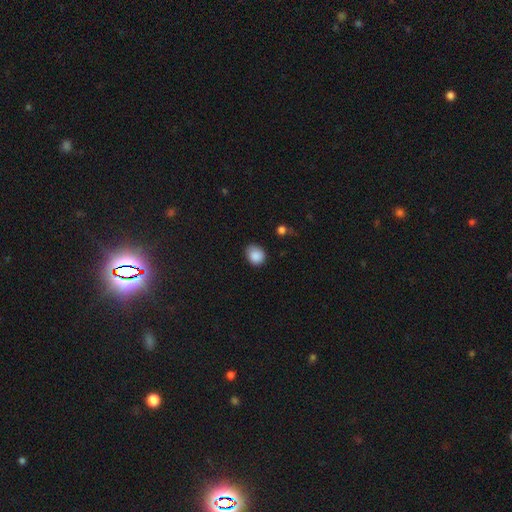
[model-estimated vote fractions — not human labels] A smooth galaxy with no disk features (87%) that is round (62%).

Vote fractions:
- Smooth or featured? smooth: 87% / star or artifact: 9% / featured or disk: 4%
- How rounded? round: 62% / in between: 37% / cigar-shaped: 1%
- Merging? none: 73% / minor disturbance: 22% / major disturbance: 4% / merger: 2%